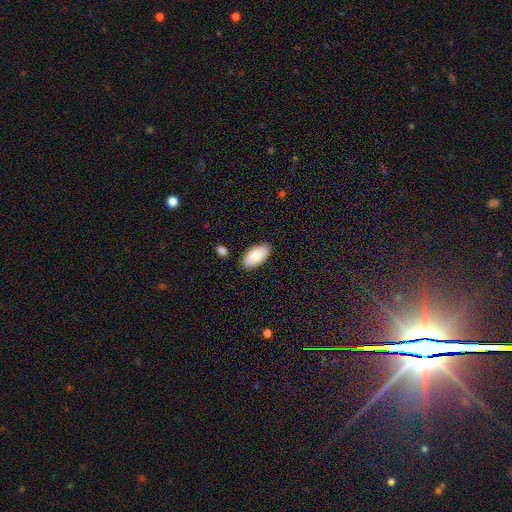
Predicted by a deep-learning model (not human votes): This appears to be a smooth galaxy with no disk features (82%) that is in between round and cigar-shaped (95%). Merging: none (86%).